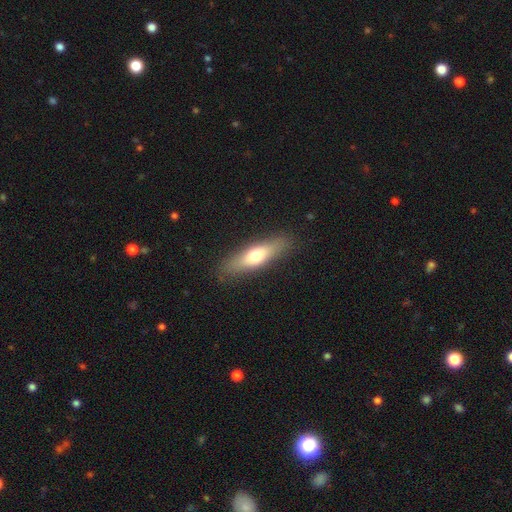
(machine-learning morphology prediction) Smooth or featured? Predicted: smooth (p=0.60). How rounded? Predicted: cigar-shaped (p=0.62). Merging? Predicted: none (p=0.86).